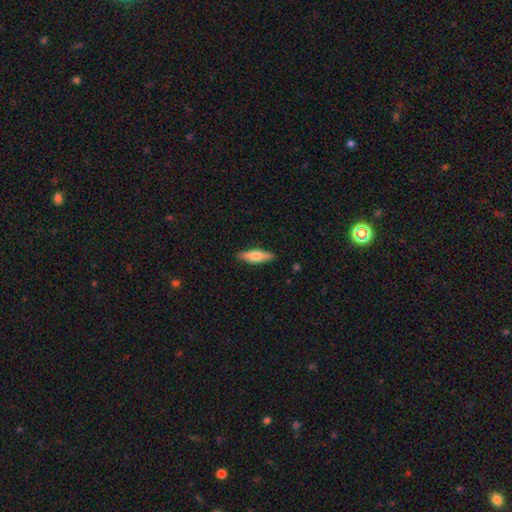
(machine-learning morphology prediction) A smooth galaxy with no disk features (66%) that is cigar-shaped (57%).

Vote fractions:
- Smooth or featured? smooth: 66% / featured or disk: 28% / star or artifact: 6%
- How rounded? cigar-shaped: 57% / in between: 41% / round: 2%
- Merging? none: 89% / minor disturbance: 8% / major disturbance: 2% / merger: 1%